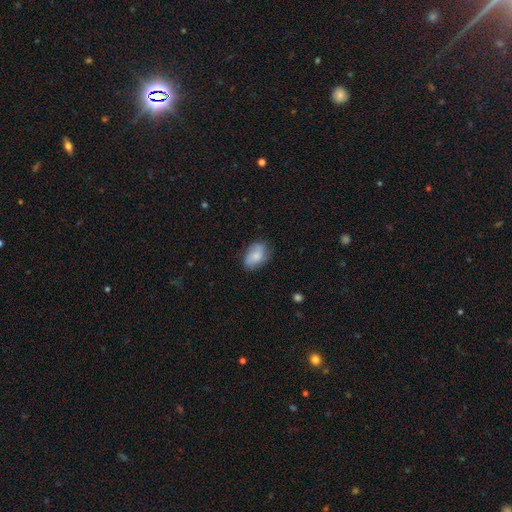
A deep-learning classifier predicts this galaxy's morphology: The model was most divided on "merging": none: 71%, minor disturbance: 22%, major disturbance: 5%, merger: 1%. More confident: how rounded — in between (85%); smooth or featured — smooth (74%).